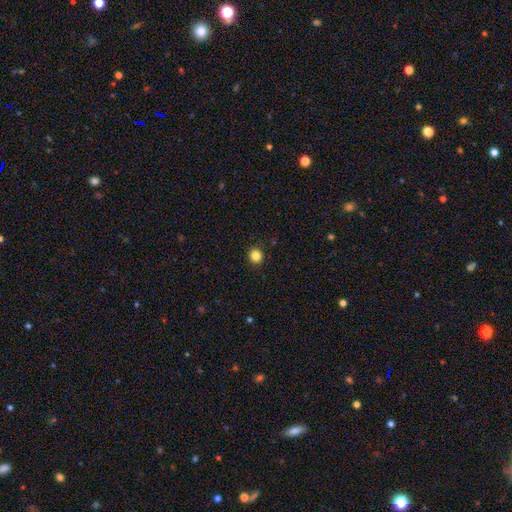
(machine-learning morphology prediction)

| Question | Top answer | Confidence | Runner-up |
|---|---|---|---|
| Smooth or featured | smooth | 85% | star or artifact (11%) |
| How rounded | round | 91% | in between (9%) |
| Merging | none | 92% | minor disturbance (5%) |